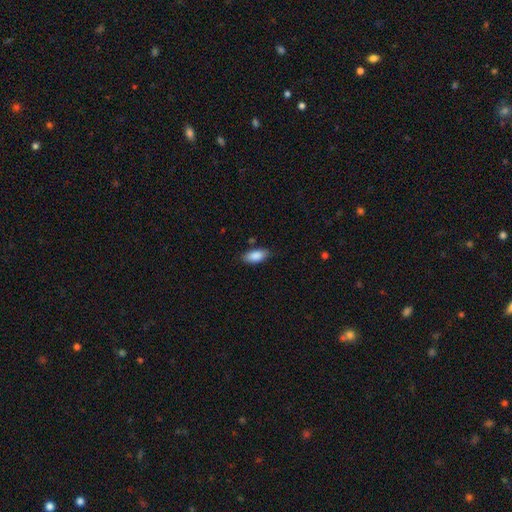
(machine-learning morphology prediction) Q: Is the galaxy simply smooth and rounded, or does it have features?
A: smooth — 88%.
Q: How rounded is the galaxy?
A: in between — 88%.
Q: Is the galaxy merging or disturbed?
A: none — 81%.